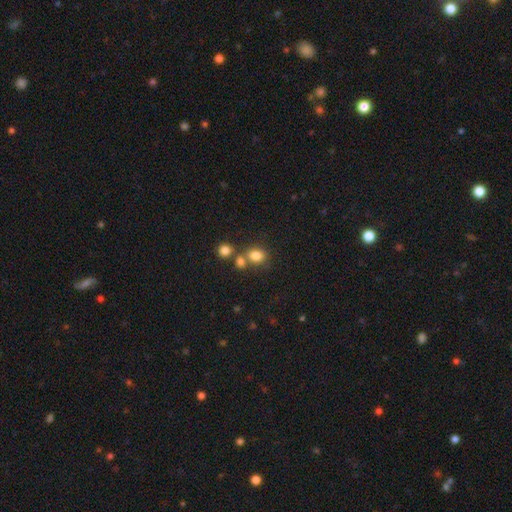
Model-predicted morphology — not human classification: Overall: smooth (80%). How rounded: in between (56%; round 43%). Merging: none (55%; merger 28%).